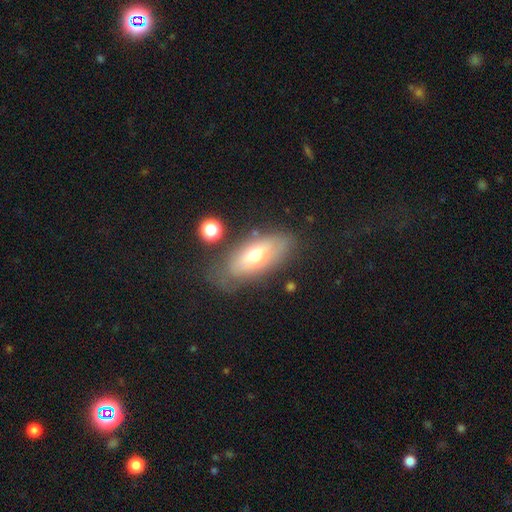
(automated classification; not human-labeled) This appears to be a smooth galaxy with no disk features (56%) that is in between round and cigar-shaped (83%). Merging: none (64%).